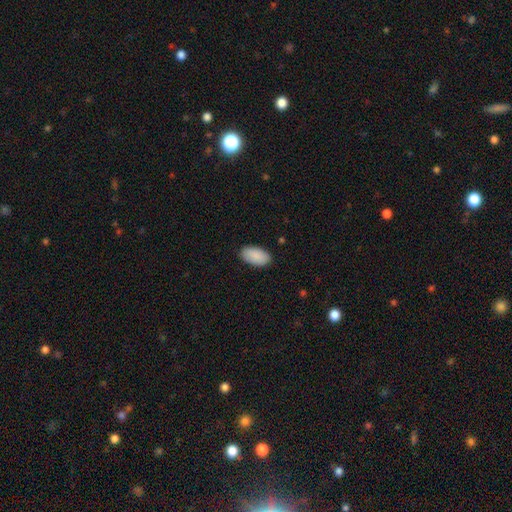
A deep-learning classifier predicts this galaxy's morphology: Smooth or featured? Predicted: smooth (p=0.90). How rounded? Predicted: in between (p=0.96). Merging? Predicted: none (p=0.87).